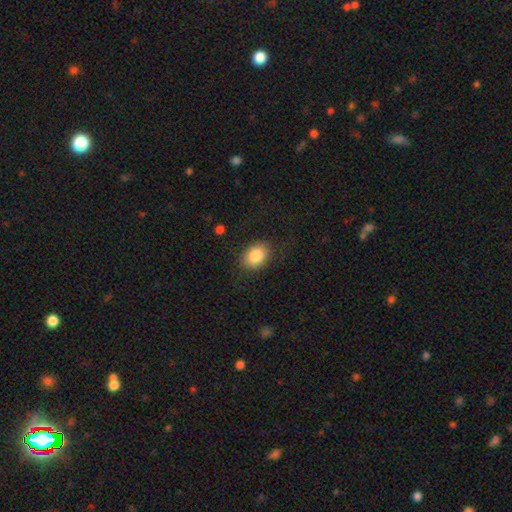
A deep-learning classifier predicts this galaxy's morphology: Smooth or featured: smooth — 85% (star or artifact — 8%)
How rounded: in between — 75% (round — 24%)
Merging: none — 82% (minor disturbance — 12%)